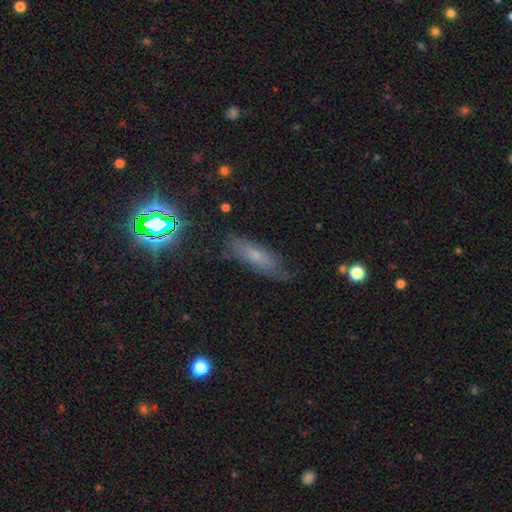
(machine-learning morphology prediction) This is possibly a smooth galaxy (57%). How rounded: possibly cigar-shaped (54%). Merging: likely none (74%).